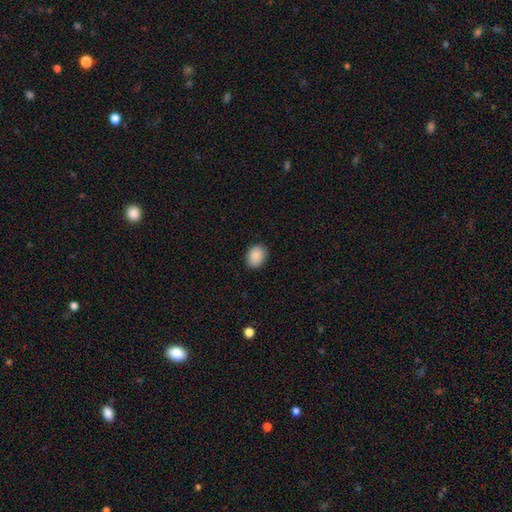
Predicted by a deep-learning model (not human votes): smooth 89%, star or artifact 7%, featured or disk 4%. Down the decision tree: how rounded — in between (68%); merging — none (88%).